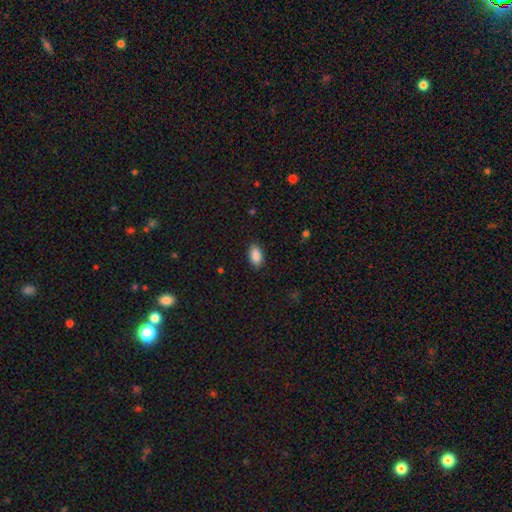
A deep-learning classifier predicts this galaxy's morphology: smooth 89%, star or artifact 7%, featured or disk 3%. Down the decision tree: how rounded — in between (94%); merging — none (88%).